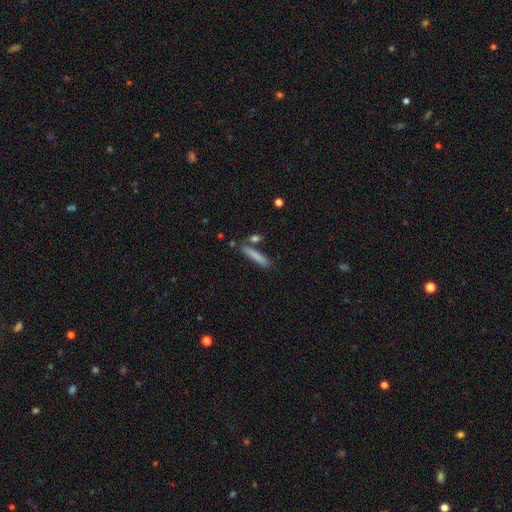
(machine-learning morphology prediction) smooth-or-featured: smooth: 79% | featured or disk: 14% | star or artifact: 7%
  how-rounded: cigar-shaped: 90% | in between: 8% | round: 2%
  merging: none: 78% | minor disturbance: 11% | merger: 8% | major disturbance: 3%